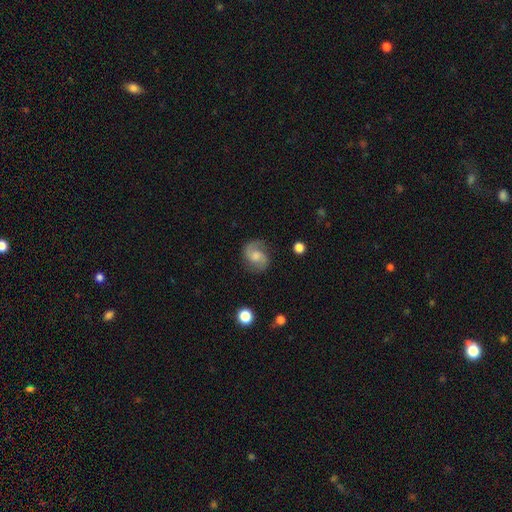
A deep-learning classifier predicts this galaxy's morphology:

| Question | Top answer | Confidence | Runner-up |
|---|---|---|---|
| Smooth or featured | featured or disk | 73% | smooth (20%) |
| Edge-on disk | no | 98% | yes (2%) |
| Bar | no | 55% | weak (39%) |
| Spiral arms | yes | 95% | no (5%) |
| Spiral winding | medium | 52% | loose (27%) |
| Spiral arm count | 2 | 89% | can't tell (4%) |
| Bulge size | moderate | 47% | small (23%) |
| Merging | none | 77% | minor disturbance (15%) |